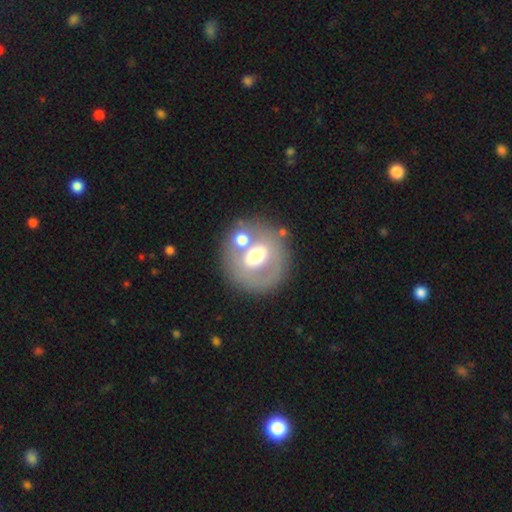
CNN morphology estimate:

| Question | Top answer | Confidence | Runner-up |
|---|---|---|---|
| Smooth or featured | featured or disk | 45% | smooth (44%) |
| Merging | none | 62% | merger (19%) |